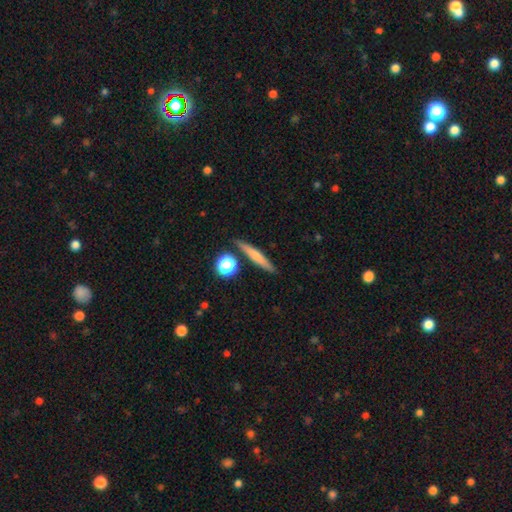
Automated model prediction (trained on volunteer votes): The model was most divided on "smooth or featured": smooth: 63%, featured or disk: 29%, star or artifact: 8%. More confident: merging — none (85%); how rounded — cigar-shaped (85%).